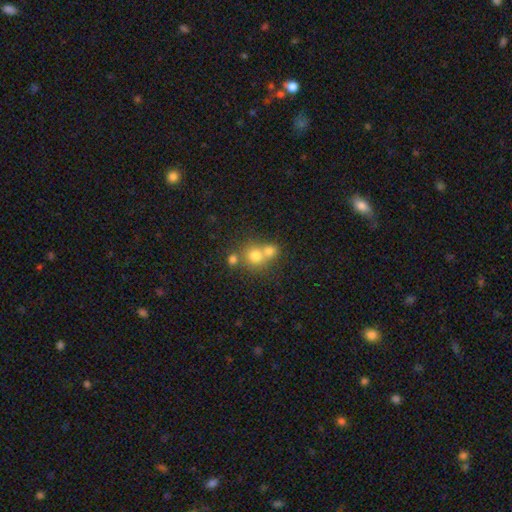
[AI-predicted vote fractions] smooth 72%, featured or disk 14%, star or artifact 14%. Down the decision tree: how rounded — round (83%); merging — merger (51%).